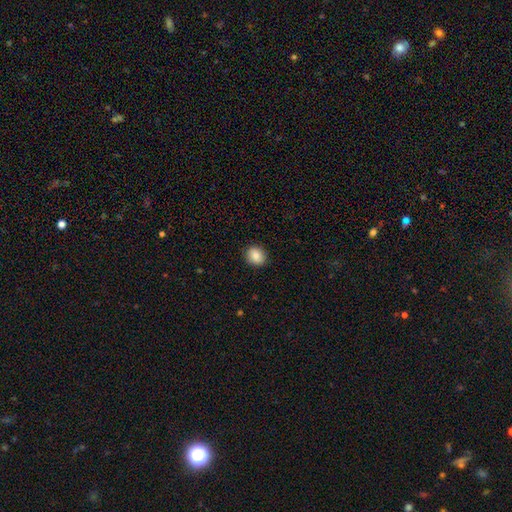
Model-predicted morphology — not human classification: A smooth galaxy with no disk features (85%) that is round (69%). Merging: none (90%).